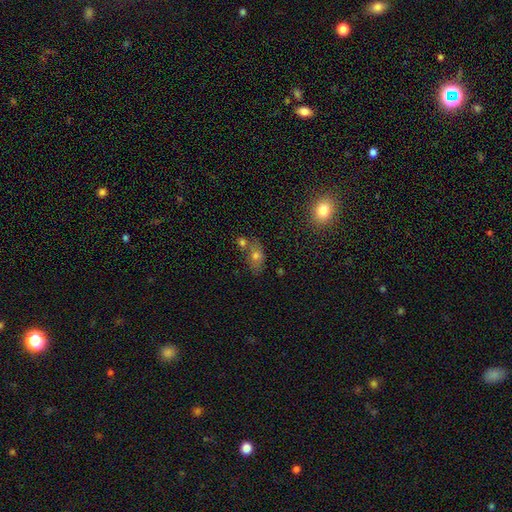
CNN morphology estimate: type=smooth (62%); roundness=in between (69%); merging=none (54%).